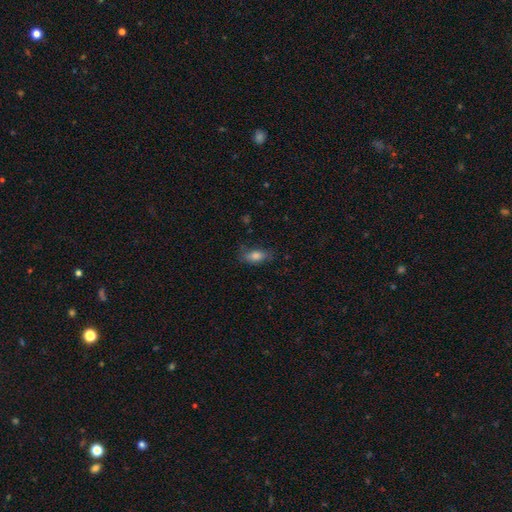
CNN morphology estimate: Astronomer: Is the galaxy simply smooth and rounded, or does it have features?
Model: smooth — 73%.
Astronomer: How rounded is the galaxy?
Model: in between — 76%.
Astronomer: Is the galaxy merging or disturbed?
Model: none — 71%.